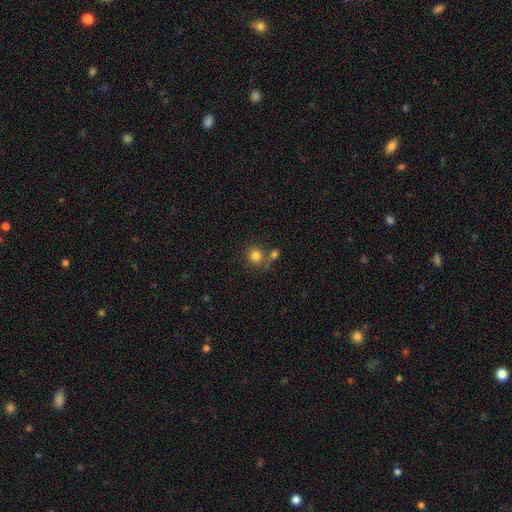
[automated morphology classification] A smooth galaxy with no disk features (82%) that is round (89%). Merging: none (63%).